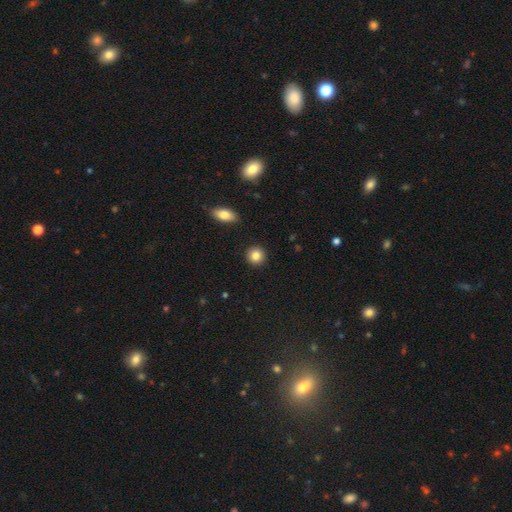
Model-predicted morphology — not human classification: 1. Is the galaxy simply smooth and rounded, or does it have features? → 84% smooth, 9% star or artifact, 7% featured or disk.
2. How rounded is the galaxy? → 92% round, 7% in between, 1% cigar-shaped.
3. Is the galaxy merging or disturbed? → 92% none, 5% minor disturbance, 2% major disturbance, 1% merger.